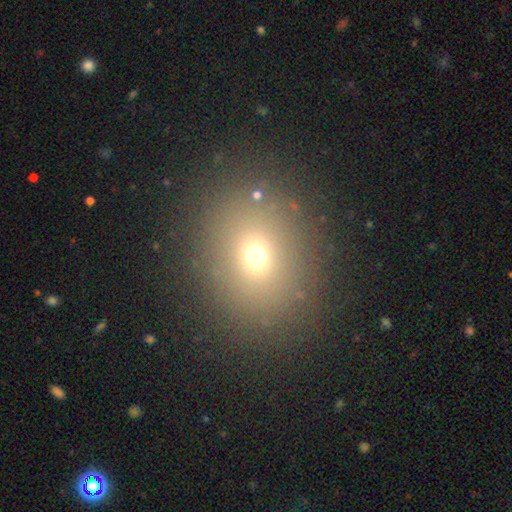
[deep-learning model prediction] Smooth or featured: smooth — 67% (star or artifact — 22%)
How rounded: round — 61% (in between — 38%)
Merging: none — 86% (minor disturbance — 8%)